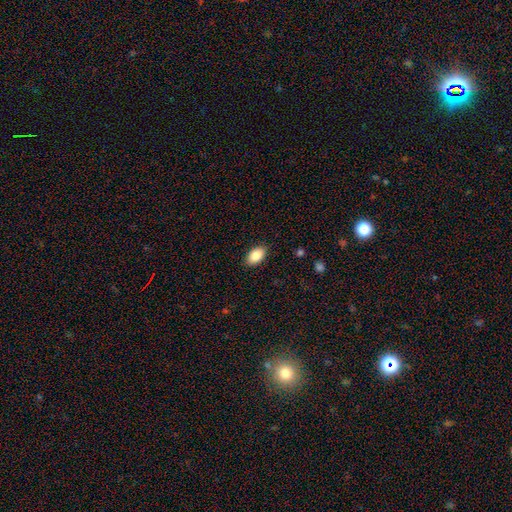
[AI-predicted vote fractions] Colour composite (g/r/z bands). It shows a smooth galaxy with no disk features (86%) that is in between round and cigar-shaped (93%). Merging: none (88%).